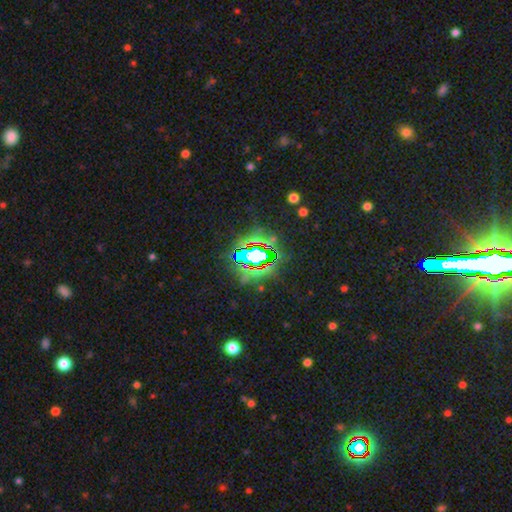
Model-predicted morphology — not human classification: smooth-or-featured: star or artifact: 75% | smooth: 13% | featured or disk: 12%